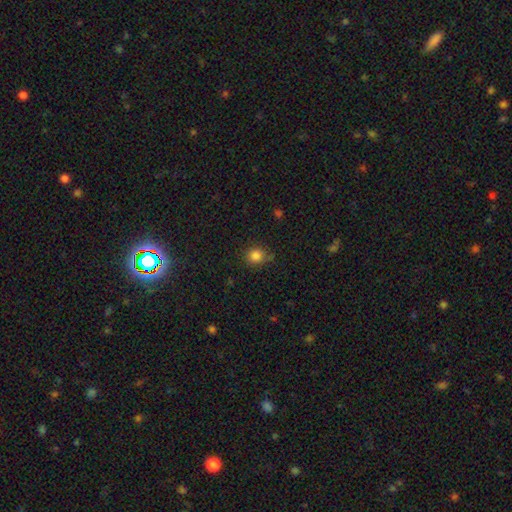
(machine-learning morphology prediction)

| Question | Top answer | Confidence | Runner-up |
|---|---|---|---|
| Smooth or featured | smooth | 84% | star or artifact (12%) |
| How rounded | round | 85% | in between (14%) |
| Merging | none | 76% | minor disturbance (17%) |